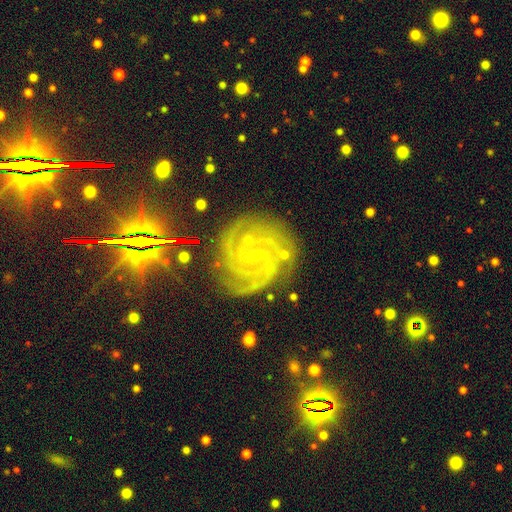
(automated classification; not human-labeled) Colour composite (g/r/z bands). It shows a featured or disk galaxy (87%) with no bar (61%), 3 (31%) tight (75%) spiral arms (99%) and a small central bulge (86%). Merging: none (77%).